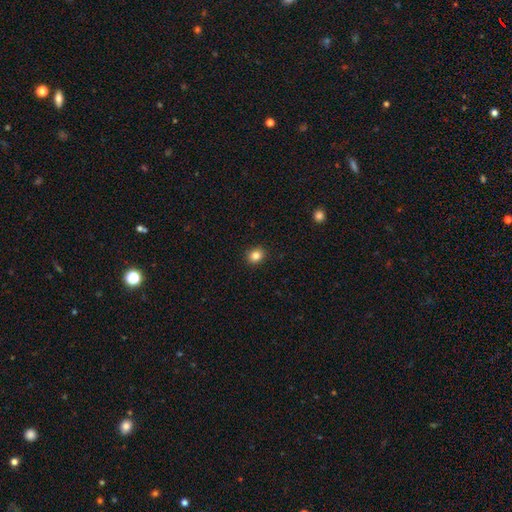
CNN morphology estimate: This is clearly a smooth galaxy (85%). How rounded: likely round (71%). Merging: clearly none (91%).